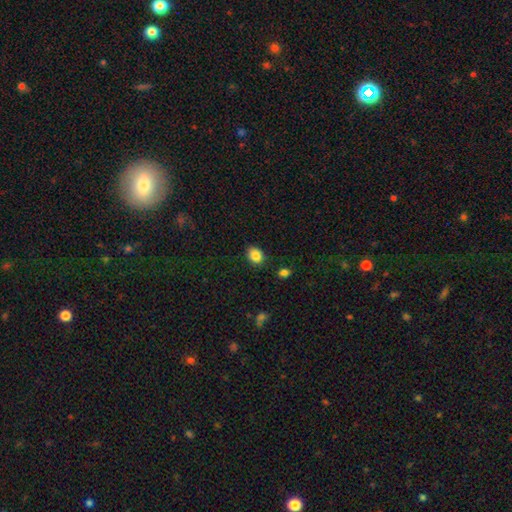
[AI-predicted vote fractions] This appears to be a smooth galaxy with no disk features (86%) that is in between round and cigar-shaped (55%). Merging: none (86%).